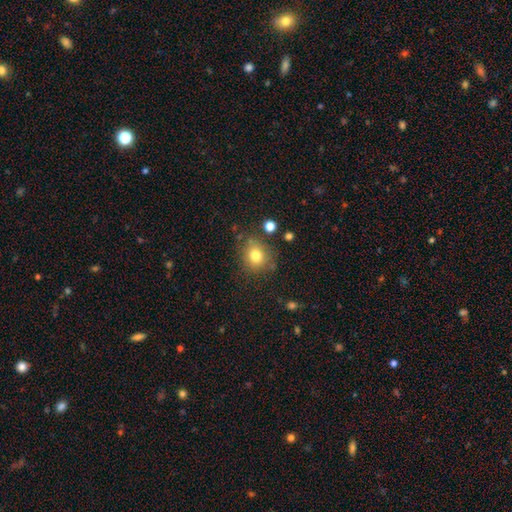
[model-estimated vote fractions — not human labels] Q: Smooth or featured?
A: smooth (78%); runner-up: star or artifact (13%)
Q: How rounded?
A: round (79%); runner-up: in between (20%)
Q: Merging?
A: none (77%); runner-up: minor disturbance (14%)